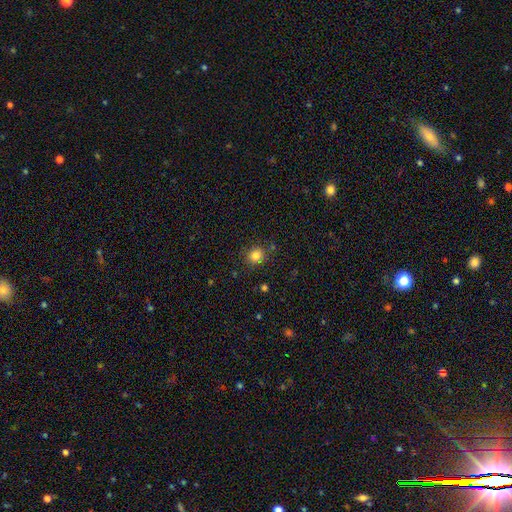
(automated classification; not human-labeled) Morphology: type=smooth (83%); roundness=round (81%); merging=none (85%).